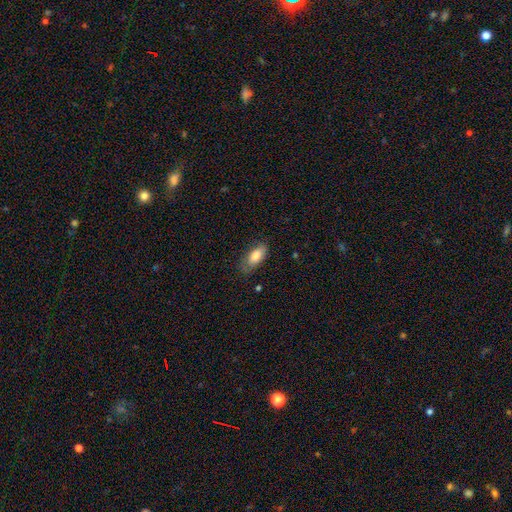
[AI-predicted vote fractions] Morphology: type=smooth (80%); roundness=in between (87%); merging=none (69%).